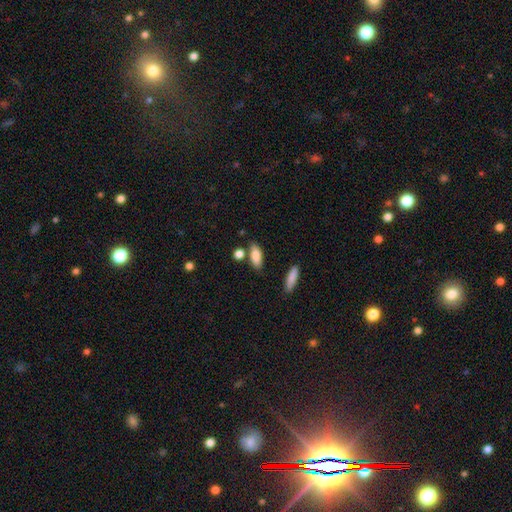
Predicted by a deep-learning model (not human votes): A smooth galaxy with no disk features (85%) that is in between round and cigar-shaped (79%). Merging: none (74%).